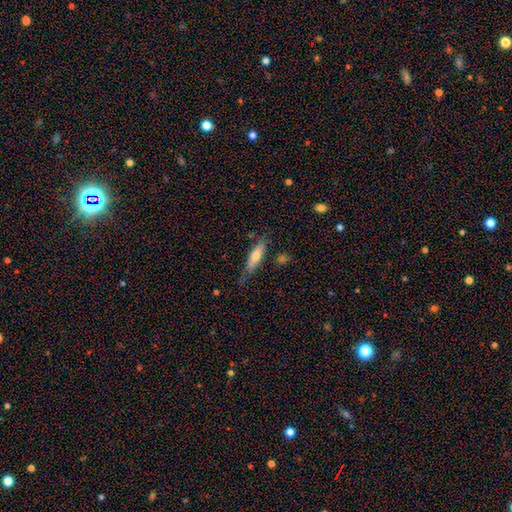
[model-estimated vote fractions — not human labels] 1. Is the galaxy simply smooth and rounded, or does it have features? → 60% smooth, 33% featured or disk, 7% star or artifact.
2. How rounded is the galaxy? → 68% cigar-shaped, 30% in between, 2% round.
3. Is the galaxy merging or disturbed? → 65% none, 25% minor disturbance, 7% major disturbance, 3% merger.